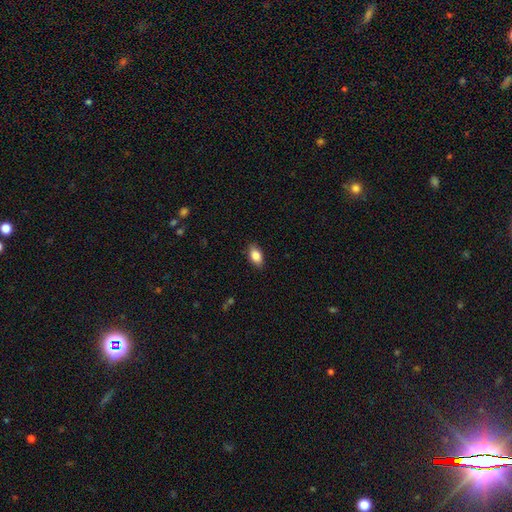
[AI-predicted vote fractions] This appears to be a smooth galaxy with no disk features (84%) that is in between round and cigar-shaped (90%). Merging: none (86%).